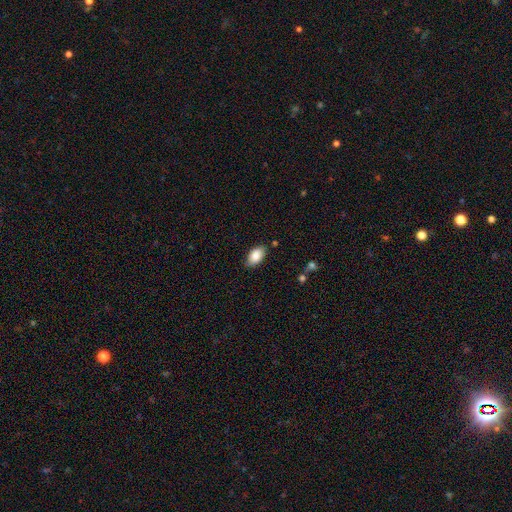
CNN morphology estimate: smooth 87%, star or artifact 7%, featured or disk 7%. Down the decision tree: how rounded — in between (94%); merging — none (84%).